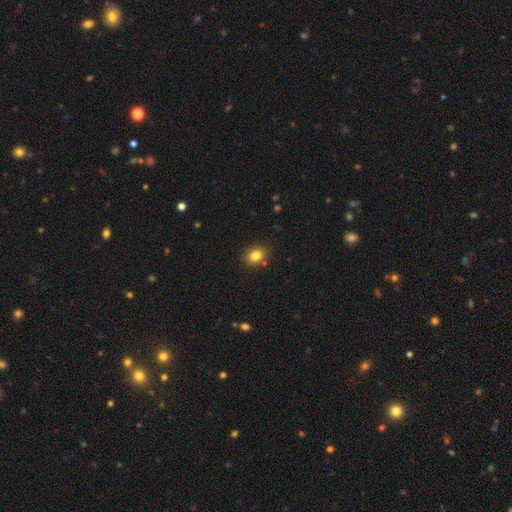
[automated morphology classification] Q: Smooth or featured?
A: smooth (82%); runner-up: star or artifact (10%)
Q: How rounded?
A: in between (58%); runner-up: round (41%)
Q: Merging?
A: none (84%); runner-up: minor disturbance (10%)